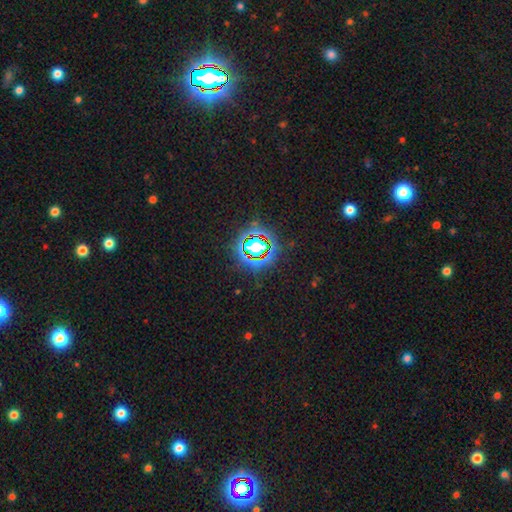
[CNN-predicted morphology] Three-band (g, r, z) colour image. It shows a star or artifact, not a galaxy (81%).